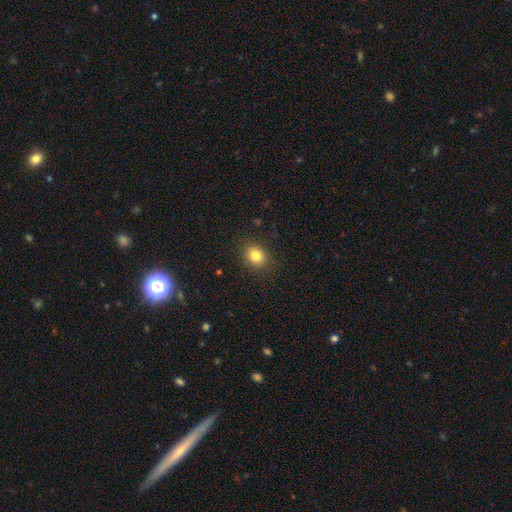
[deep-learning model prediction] smooth-or-featured: smooth: 81% | star or artifact: 12% | featured or disk: 7%
  how-rounded: round: 63% | in between: 36% | cigar-shaped: 1%
  merging: none: 88% | minor disturbance: 8% | major disturbance: 3% | merger: 1%